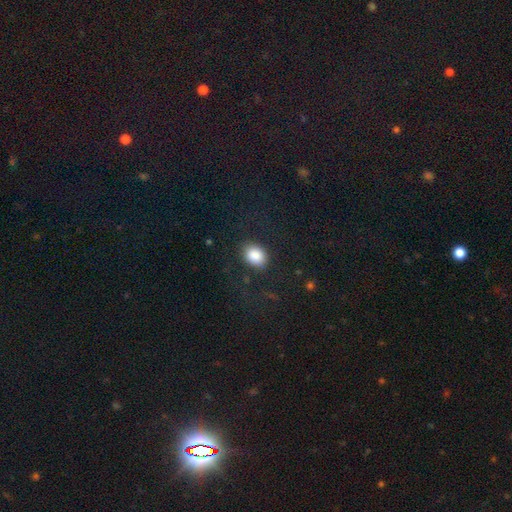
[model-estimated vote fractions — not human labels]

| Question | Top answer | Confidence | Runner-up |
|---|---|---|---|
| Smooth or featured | smooth | 86% | star or artifact (8%) |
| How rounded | in between | 54% | round (45%) |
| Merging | none | 80% | minor disturbance (12%) |